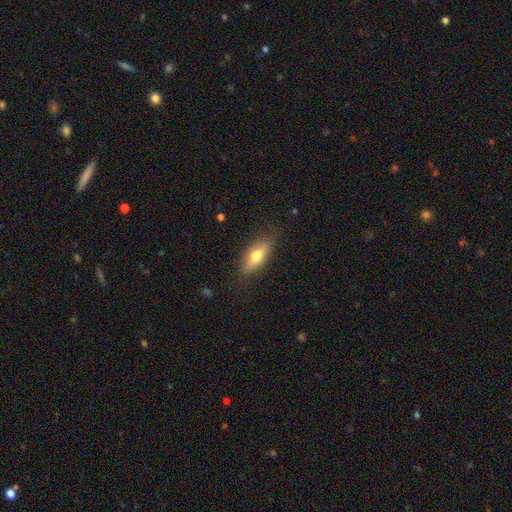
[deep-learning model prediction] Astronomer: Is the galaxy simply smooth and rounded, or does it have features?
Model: smooth — 61%.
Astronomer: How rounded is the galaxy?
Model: in between — 65%.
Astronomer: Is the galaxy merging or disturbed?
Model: none — 84%.